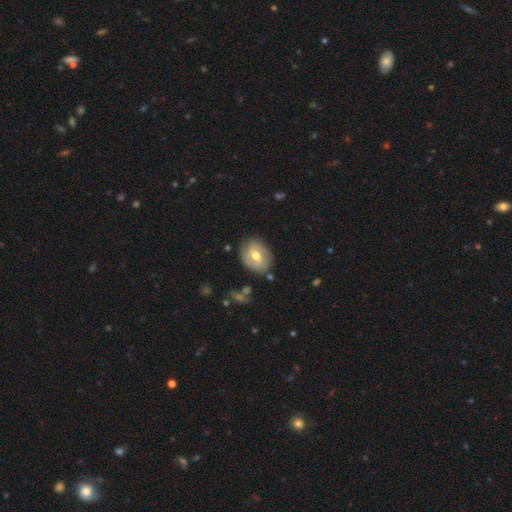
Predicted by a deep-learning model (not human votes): Smooth or featured: featured or disk — 54% (smooth — 39%)
Edge-on disk: no — 95% (yes — 5%)
Bar: weak — 48% (no — 33%)
Spiral arms: yes — 59% (no — 41%)
Bulge size: moderate — 74% (small — 20%)
Merging: none — 73% (minor disturbance — 20%)